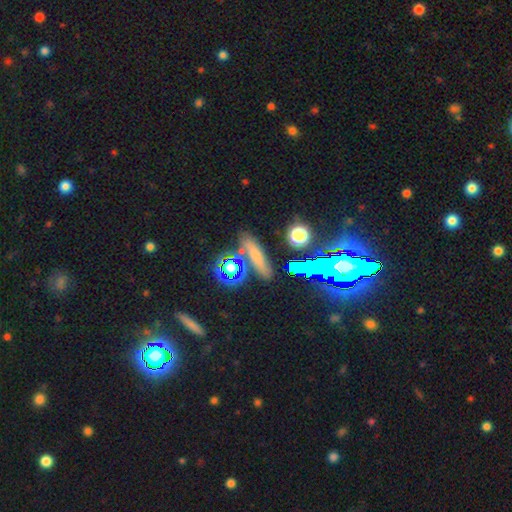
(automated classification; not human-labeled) Morphology: type=smooth (57%); roundness=cigar-shaped (59%); merging=none (77%).